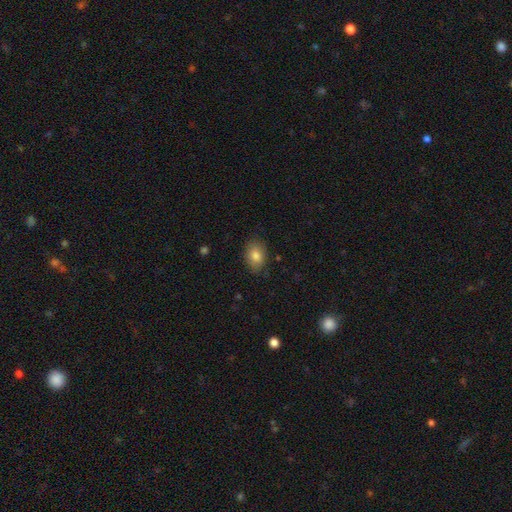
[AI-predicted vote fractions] The model was most divided on "how rounded": in between: 79%, round: 20%, cigar-shaped: 1%. More confident: merging — none (83%); smooth or featured — smooth (83%).